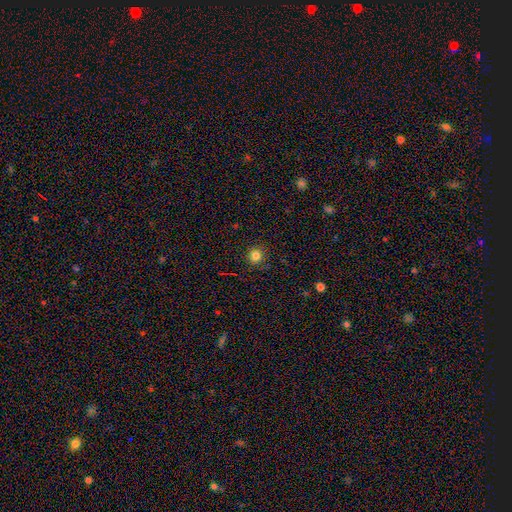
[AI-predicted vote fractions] Morphology: type=smooth (82%); roundness=round (92%); merging=none (89%).